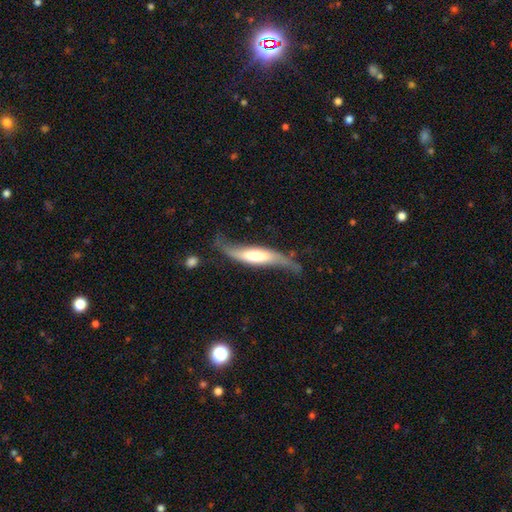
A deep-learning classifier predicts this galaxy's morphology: A featured or disk galaxy (67%). Merging: none (49%).